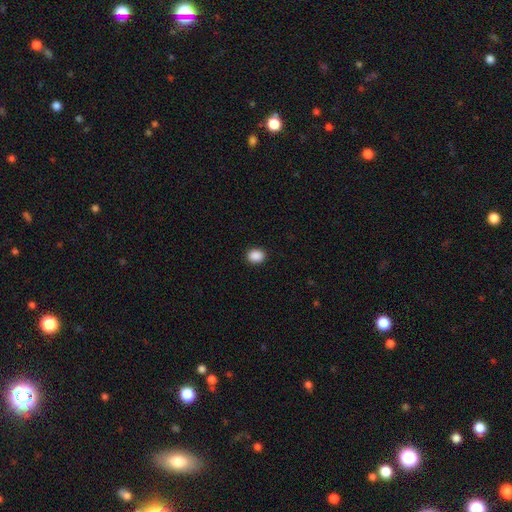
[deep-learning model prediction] Overall: smooth (89%). How rounded: in between (53%; round 46%). Merging: none (91%).